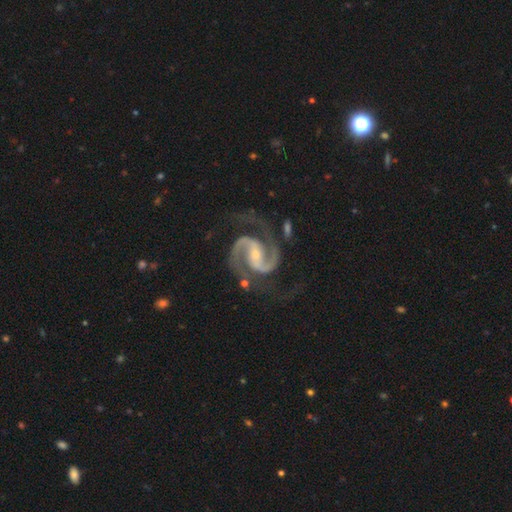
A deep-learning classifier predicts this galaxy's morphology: Smooth or featured? Predicted: featured or disk (p=0.95). Edge-on disk? Predicted: no (p=0.98). Bar? Predicted: weak (p=0.37). Spiral arms? Predicted: yes (p=0.99). Spiral winding? Predicted: medium (p=0.67). Spiral arm count? Predicted: 2 (p=0.94). Bulge size? Predicted: small (p=0.66). Merging? Predicted: none (p=0.73).